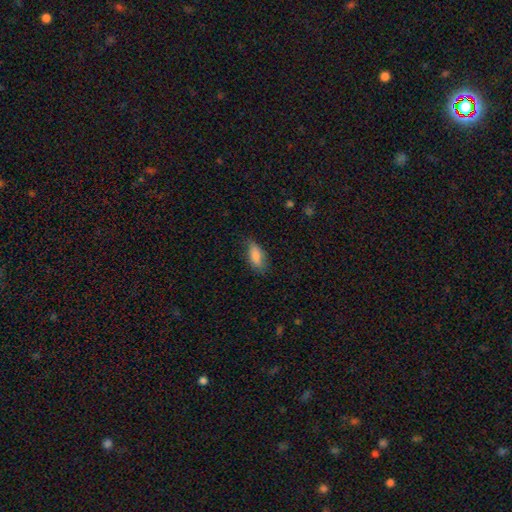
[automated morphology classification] Smooth or featured? Predicted: smooth (p=0.85). How rounded? Predicted: in between (p=0.83). Merging? Predicted: none (p=0.70).